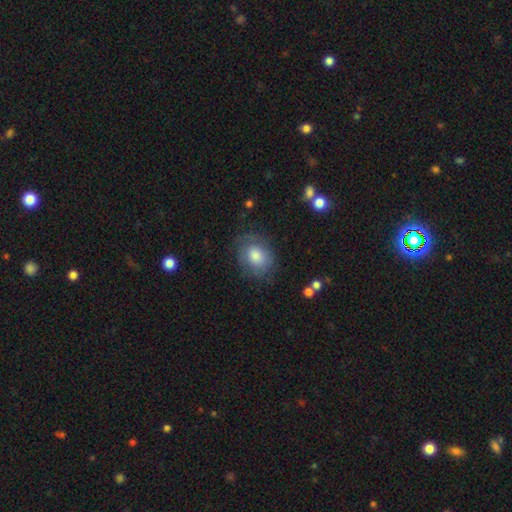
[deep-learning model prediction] Smooth or featured? smooth (66%)
How rounded? in between (50%)
Merging? none (71%)